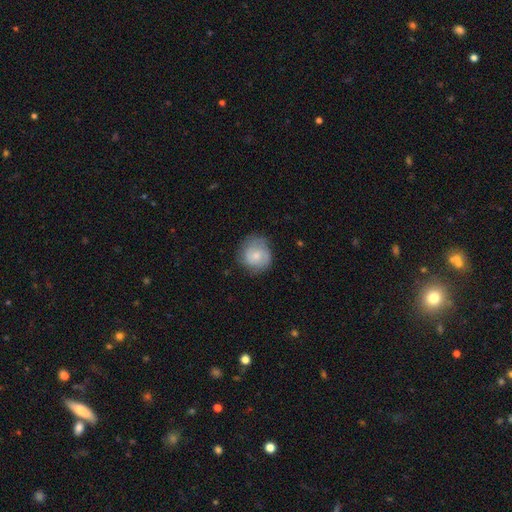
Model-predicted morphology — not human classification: A smooth galaxy with no disk features (63%) that is round (86%). Merging: none (68%).